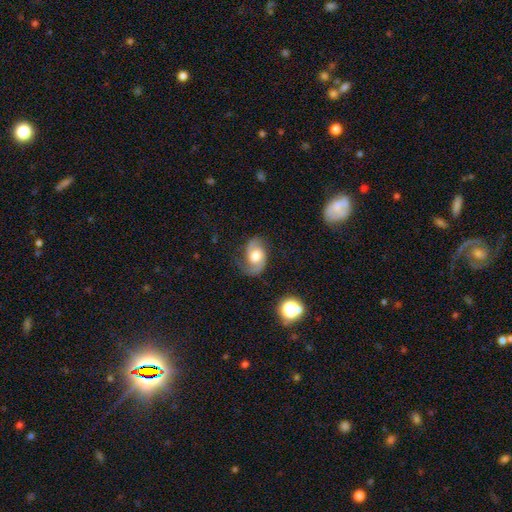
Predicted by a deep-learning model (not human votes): smooth_or_featured: featured or disk (p=0.71) [alt: smooth p=0.21]
disk_edge_on: no (p=0.97) [alt: yes p=0.03]
bar: no (p=0.54) [alt: weak p=0.38]
has_spiral_arms: yes (p=0.93) [alt: no p=0.07]
spiral_winding: medium (p=0.47) [alt: loose p=0.36]
spiral_arm_count: 2 (p=0.85) [alt: 1 p=0.07]
bulge_size: moderate (p=0.56) [alt: large p=0.30]
merging: none (p=0.66) [alt: minor disturbance p=0.21]